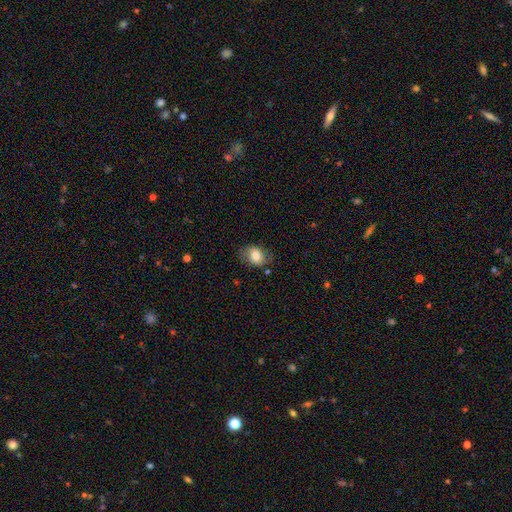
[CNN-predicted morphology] smooth-or-featured: smooth: 77% | featured or disk: 15% | star or artifact: 8%
  how-rounded: in between: 71% | round: 28% | cigar-shaped: 1%
  merging: none: 72% | minor disturbance: 19% | major disturbance: 7% | merger: 2%